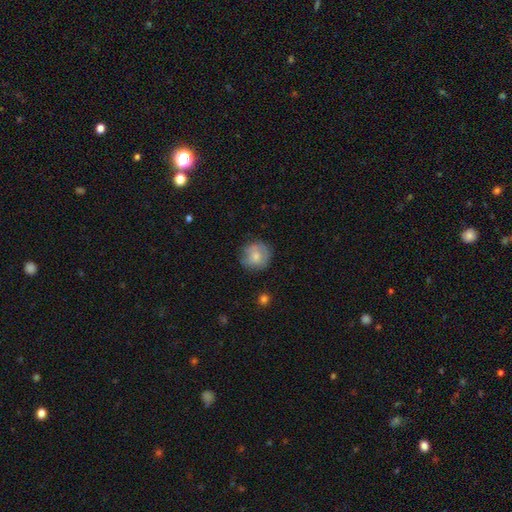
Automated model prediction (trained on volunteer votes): Overall: smooth (70%). How rounded: round (89%). Merging: none (73%).